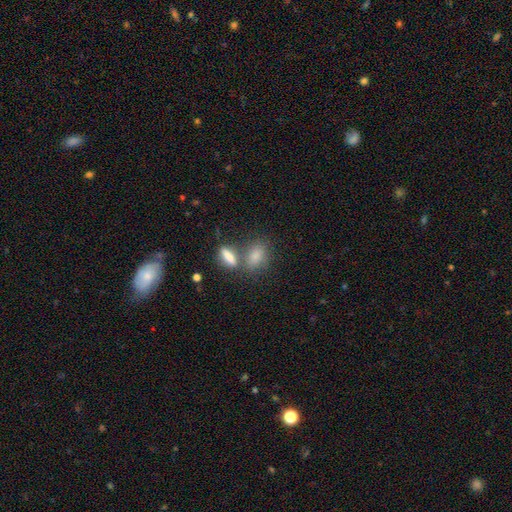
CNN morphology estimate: A smooth galaxy with no disk features (82%) that is in between round and cigar-shaped (77%).

Vote fractions:
- Smooth or featured? smooth: 82% / featured or disk: 9% / star or artifact: 9%
- How rounded? in between: 77% / round: 13% / cigar-shaped: 10%
- Merging? none: 51% / merger: 32% / minor disturbance: 12% / major disturbance: 5%